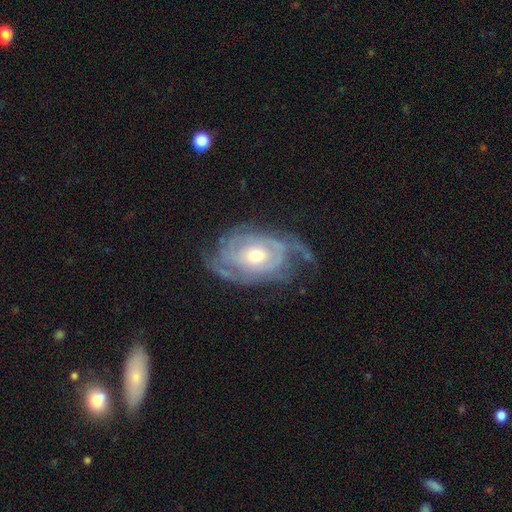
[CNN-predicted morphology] A featured or disk galaxy (86%) with no bar (73%), tight (65%) spiral arms (92%) and a moderate central bulge (68%). Merging: none (60%).